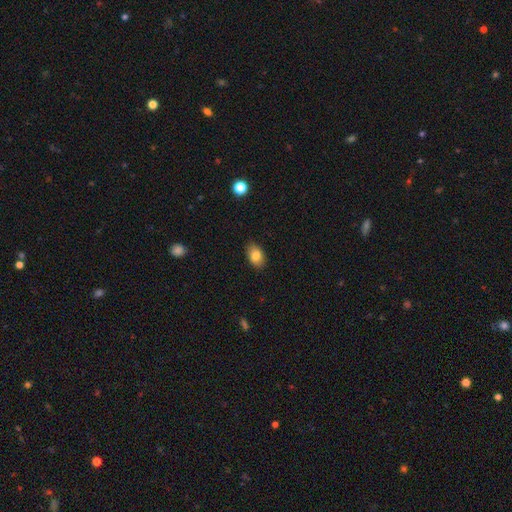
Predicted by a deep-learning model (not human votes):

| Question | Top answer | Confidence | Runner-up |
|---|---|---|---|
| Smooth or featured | smooth | 83% | featured or disk (9%) |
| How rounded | in between | 86% | round (13%) |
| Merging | none | 86% | minor disturbance (11%) |